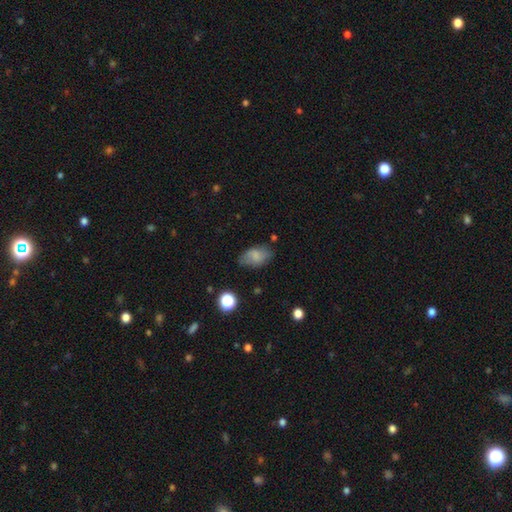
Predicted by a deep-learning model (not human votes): smooth-or-featured: smooth: 73% | featured or disk: 18% | star or artifact: 9%
  how-rounded: in between: 90% | round: 8% | cigar-shaped: 2%
  merging: none: 69% | minor disturbance: 22% | major disturbance: 6% | merger: 2%